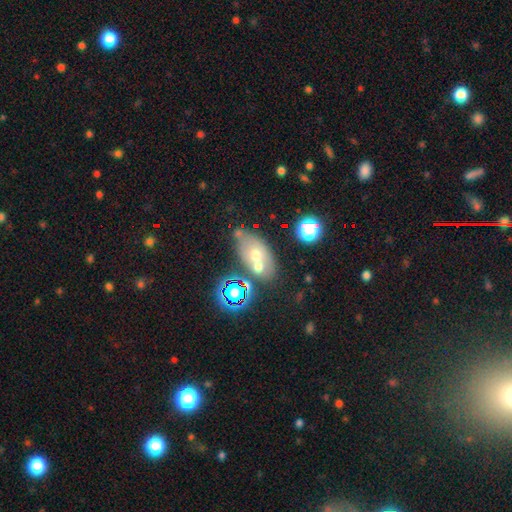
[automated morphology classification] smooth-or-featured: smooth: 55% | featured or disk: 29% | star or artifact: 16%
  how-rounded: in between: 80% | round: 16% | cigar-shaped: 4%
  merging: none: 43% | merger: 39% | minor disturbance: 13% | major disturbance: 6%